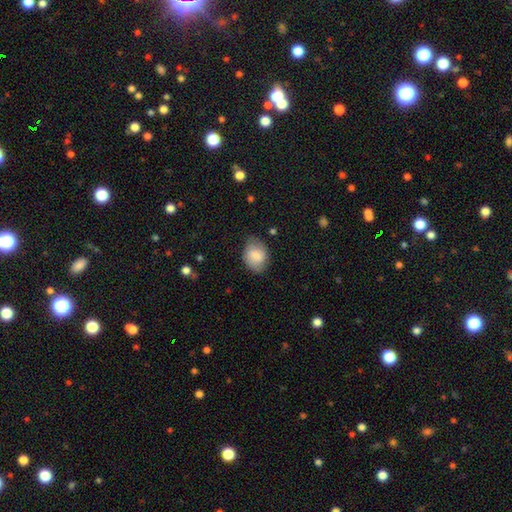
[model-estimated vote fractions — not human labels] The model was most divided on "how rounded": in between: 69%, round: 30%, cigar-shaped: 1%. More confident: smooth or featured — smooth (81%); merging — none (69%).